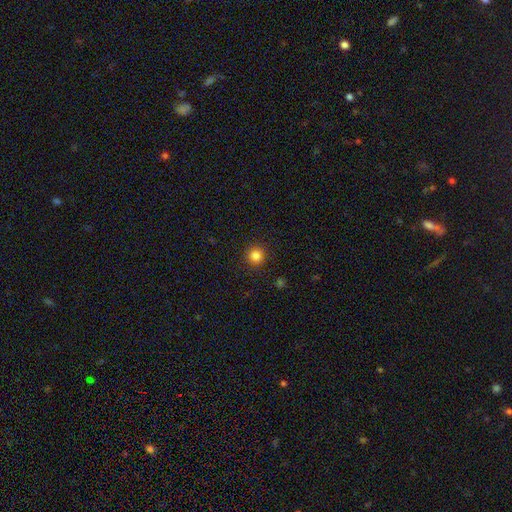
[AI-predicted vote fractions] This appears to be a smooth galaxy with no disk features (84%) that is round (94%). Merging: none (92%).